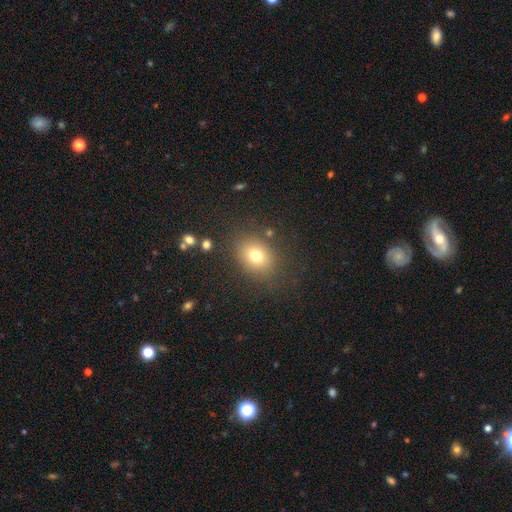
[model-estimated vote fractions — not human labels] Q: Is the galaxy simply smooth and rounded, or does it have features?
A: smooth — 74%.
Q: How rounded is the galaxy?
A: round — 51%.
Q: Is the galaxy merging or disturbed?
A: none — 81%.